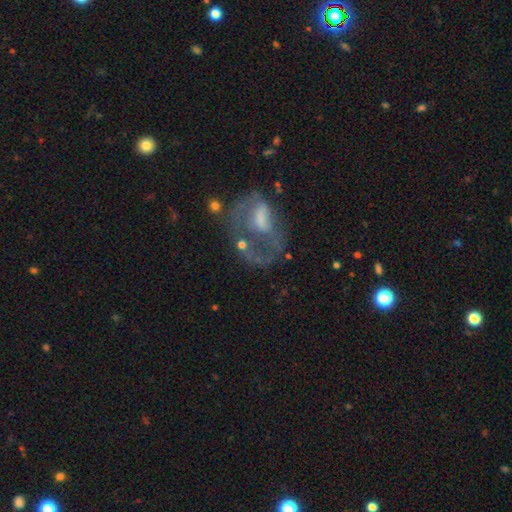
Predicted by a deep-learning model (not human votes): smooth-or-featured: featured or disk: 62% | smooth: 23% | star or artifact: 15%
  disk-edge-on: no: 96% | yes: 4%
    bar: no: 63% | weak: 28% | strong: 9%
    has-spiral-arms: no: 58% | yes: 42%
    bulge-size: moderate: 35% | none: 29% | small: 24% | large: 10% | dominant: 2%
  merging: major disturbance: 42% | none: 34% | minor disturbance: 16% | merger: 8%